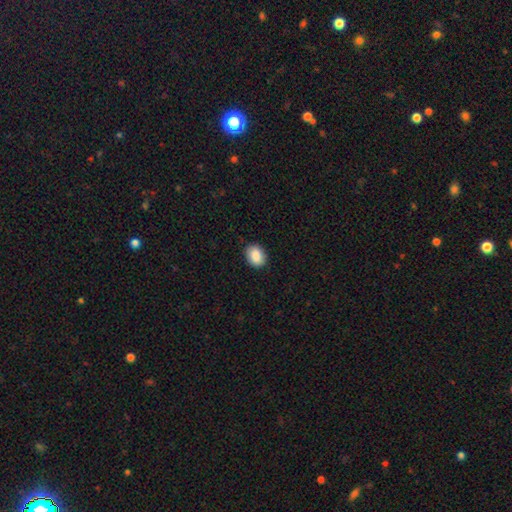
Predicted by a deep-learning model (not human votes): Smooth or featured: smooth — 88% (star or artifact — 7%)
How rounded: in between — 68% (round — 31%)
Merging: none — 87% (minor disturbance — 10%)